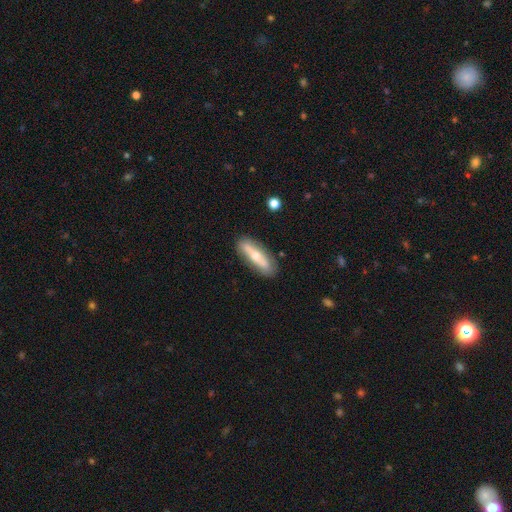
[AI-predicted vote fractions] featured or disk 52%, smooth 42%, star or artifact 6%. Down the decision tree: edge-on disk — yes (52%); merging — none (84%).